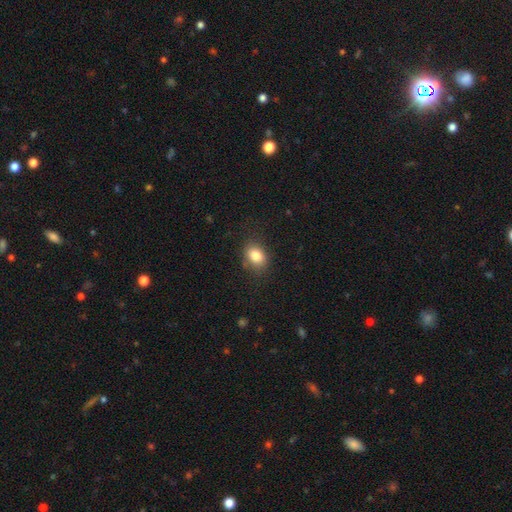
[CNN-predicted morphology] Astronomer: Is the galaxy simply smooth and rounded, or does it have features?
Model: smooth — 83%.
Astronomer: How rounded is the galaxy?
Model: in between — 62%.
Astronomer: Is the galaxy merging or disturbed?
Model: none — 80%.